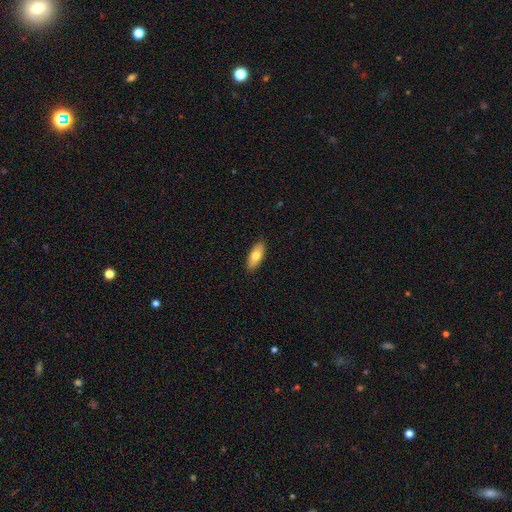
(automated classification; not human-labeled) Smooth or featured? smooth (76%)
How rounded? in between (77%)
Merging? none (88%)